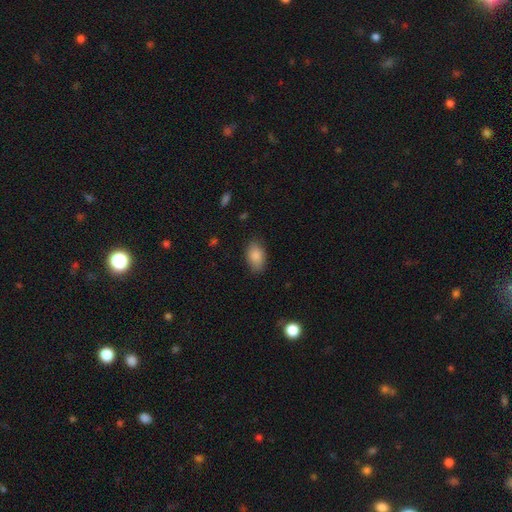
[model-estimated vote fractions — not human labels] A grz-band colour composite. It shows a smooth galaxy with no disk features (86%) that is in between round and cigar-shaped (90%). Merging: none (82%).